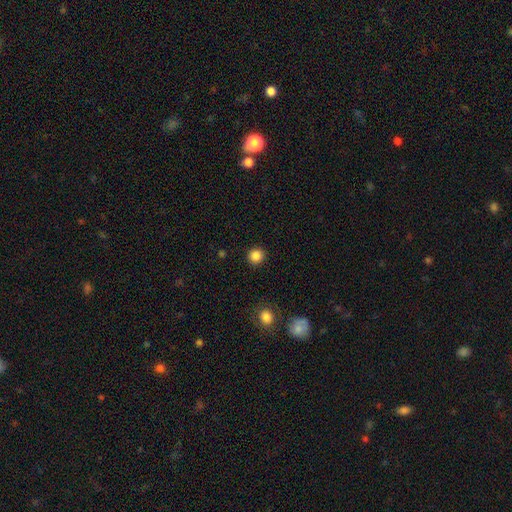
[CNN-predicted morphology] Overall: smooth (86%). How rounded: round (91%). Merging: none (92%).